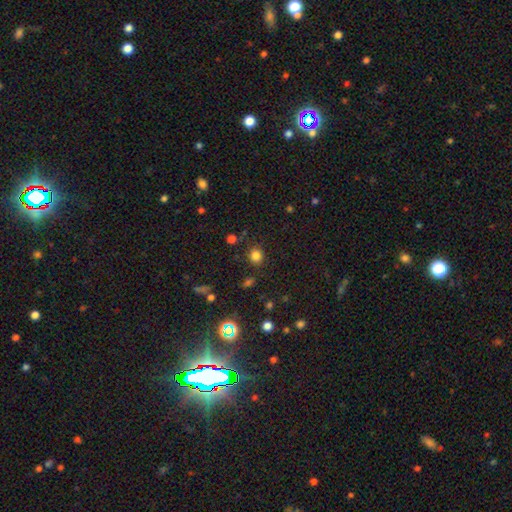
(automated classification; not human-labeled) Q: Smooth or featured?
A: smooth (80%); runner-up: star or artifact (15%)
Q: How rounded?
A: round (83%); runner-up: in between (16%)
Q: Merging?
A: none (86%); runner-up: minor disturbance (8%)